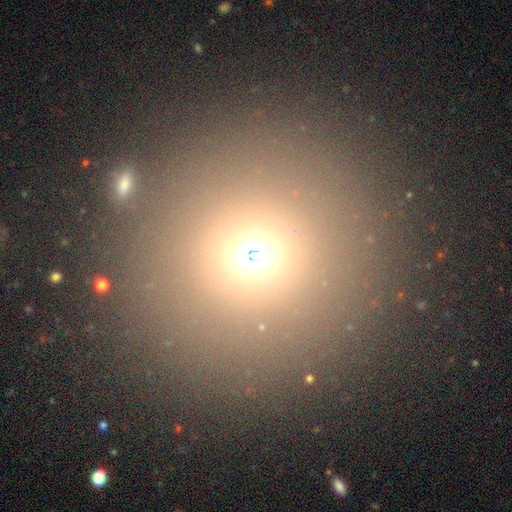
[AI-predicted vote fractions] smooth 62%, star or artifact 29%, featured or disk 9%. Down the decision tree: how rounded — round (90%); merging — none (85%).